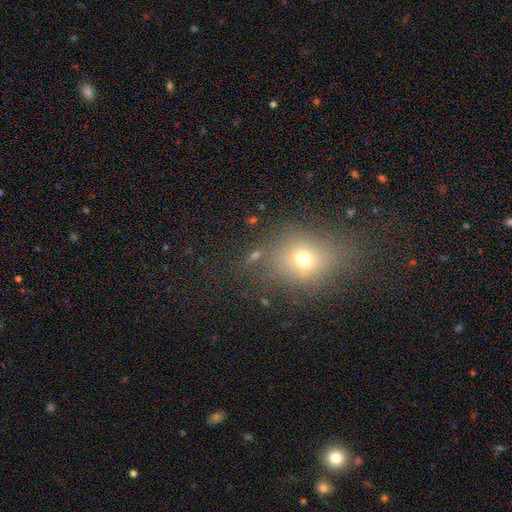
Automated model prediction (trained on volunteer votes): smooth_or_featured: smooth (p=0.57) [alt: star or artifact p=0.27]
how_rounded: round (p=0.54) [alt: in between p=0.43]
merging: none (p=0.68) [alt: minor disturbance p=0.15]